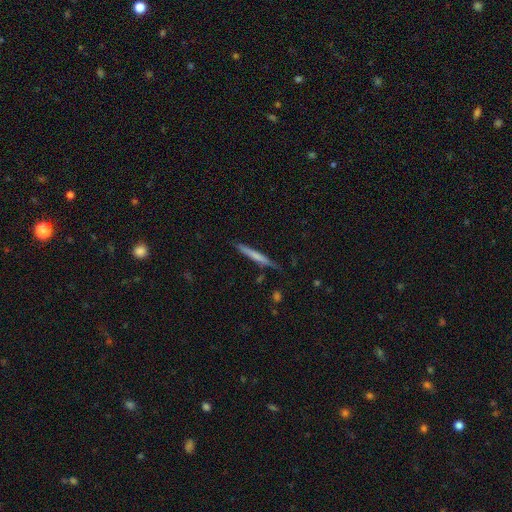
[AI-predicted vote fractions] This is likely a smooth galaxy (62%). How rounded: clearly cigar-shaped (96%). Merging: clearly none (82%).